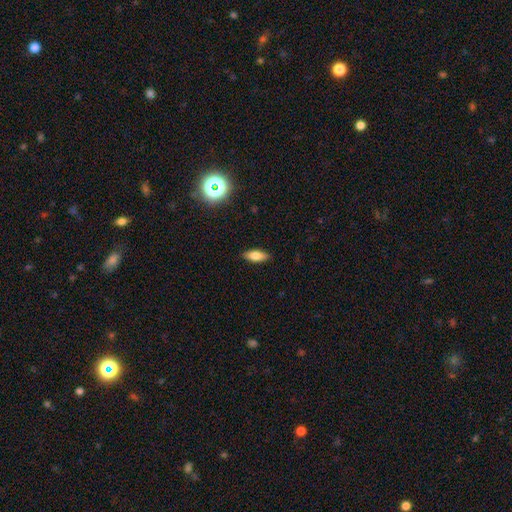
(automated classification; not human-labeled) Smooth or featured? smooth (74%)
How rounded? in between (71%)
Merging? none (89%)